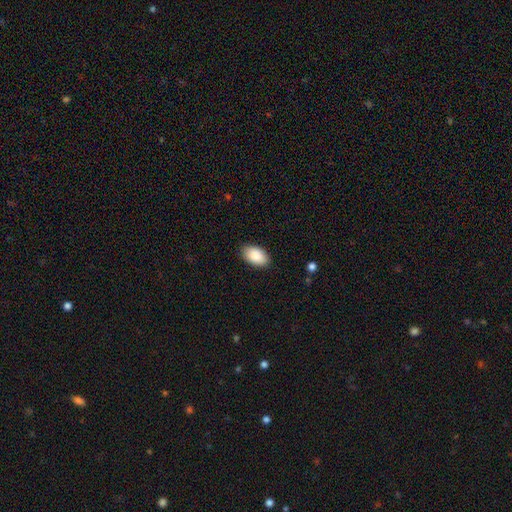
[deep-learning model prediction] A smooth galaxy with no disk features (89%) that is in between round and cigar-shaped (95%).

Vote fractions:
- Smooth or featured? smooth: 89% / star or artifact: 6% / featured or disk: 5%
- How rounded? in between: 95% / round: 4% / cigar-shaped: 1%
- Merging? none: 88% / minor disturbance: 9% / major disturbance: 2% / merger: 1%